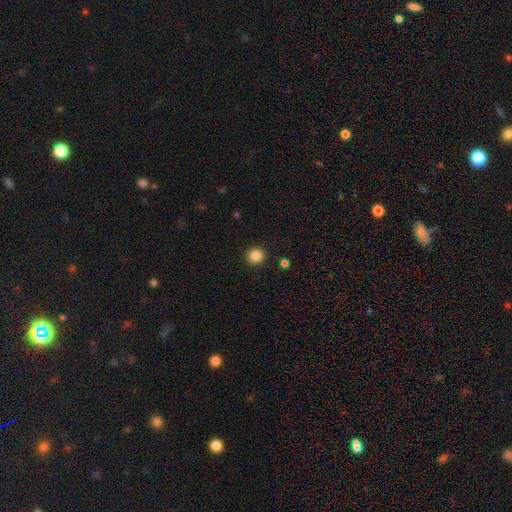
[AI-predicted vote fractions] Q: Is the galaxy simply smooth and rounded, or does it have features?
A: smooth — 87%.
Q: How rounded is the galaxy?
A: round — 92%.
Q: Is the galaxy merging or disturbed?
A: none — 92%.